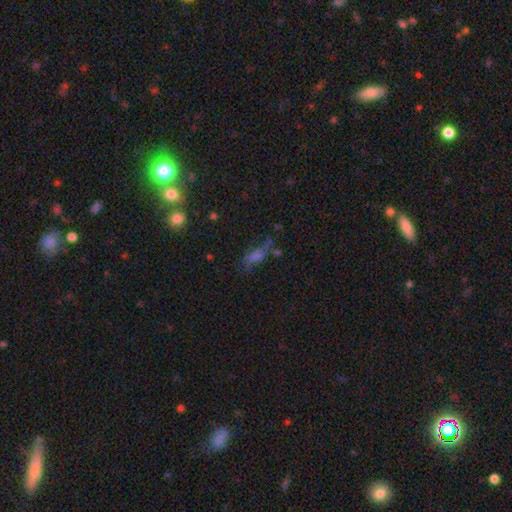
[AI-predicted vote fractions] Smooth or featured?
  - smooth: 42% *
  - featured or disk: 29%
  - star or artifact: 29%
Merging?
  - none: 47% *
  - minor disturbance: 21%
  - major disturbance: 20%
  - merger: 11%